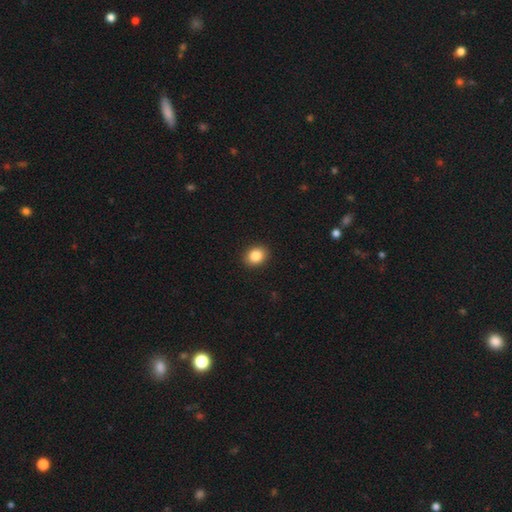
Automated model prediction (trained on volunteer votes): Morphology: type=smooth (86%); roundness=round (55%); merging=none (92%).